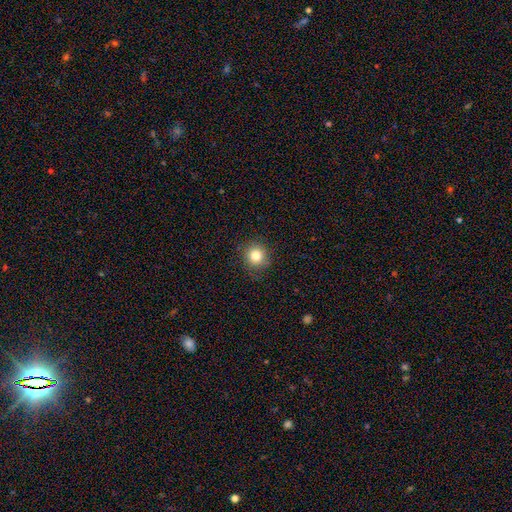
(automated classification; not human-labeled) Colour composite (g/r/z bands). It shows a smooth galaxy with no disk features (83%) that is round (91%). Merging: none (88%).